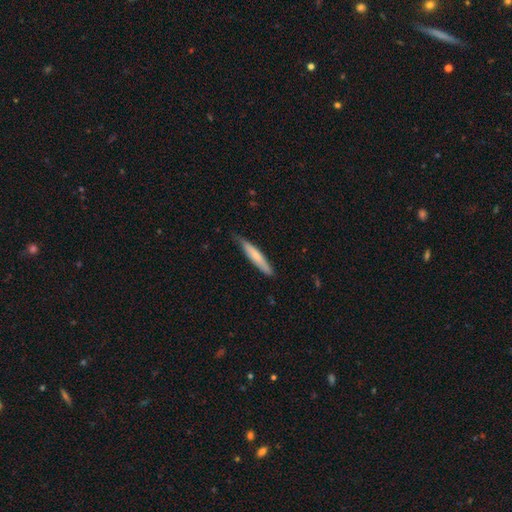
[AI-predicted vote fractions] Smooth or featured? smooth (69%)
How rounded? cigar-shaped (91%)
Merging? none (75%)